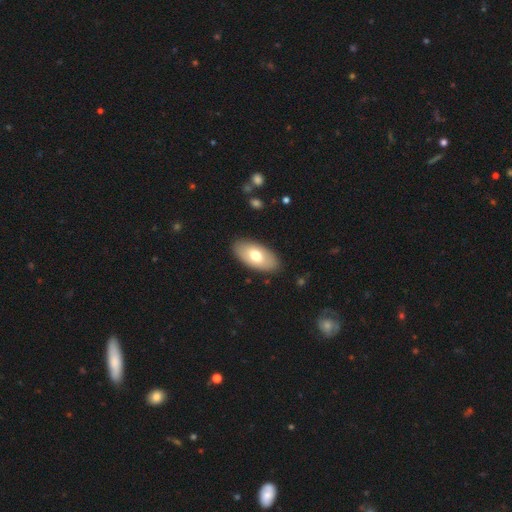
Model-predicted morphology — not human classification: This is likely a smooth galaxy (67%). How rounded: clearly in between (94%). Merging: clearly none (88%).